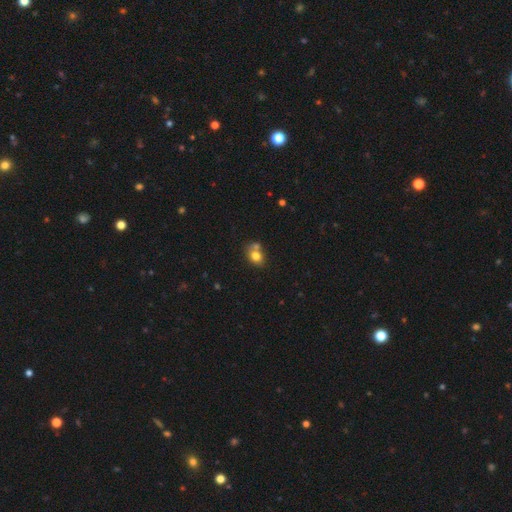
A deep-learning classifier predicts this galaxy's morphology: Smooth or featured?
  - smooth: 77% *
  - featured or disk: 13%
  - star or artifact: 10%
How rounded?
  - in between: 58% *
  - round: 41%
  - cigar-shaped: 1%
Merging?
  - none: 48% *
  - merger: 32%
  - minor disturbance: 15%
  - major disturbance: 5%